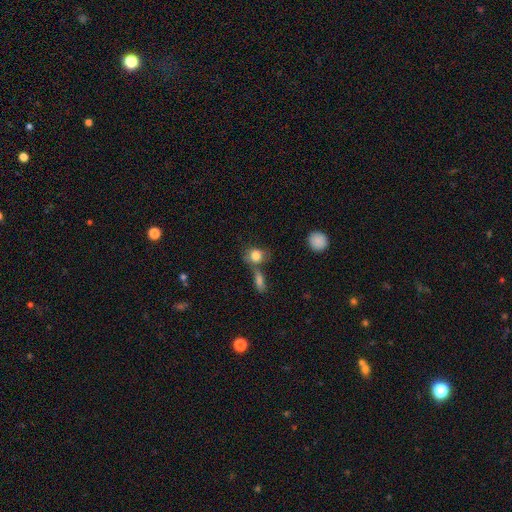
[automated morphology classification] Smooth or featured? Predicted: smooth (p=0.81). How rounded? Predicted: round (p=0.59). Merging? Predicted: none (p=0.44).